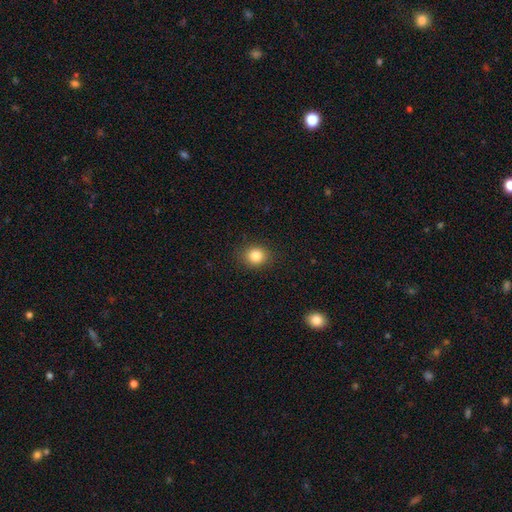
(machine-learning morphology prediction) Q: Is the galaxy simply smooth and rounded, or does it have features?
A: smooth — 84%.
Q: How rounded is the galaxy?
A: round — 72%.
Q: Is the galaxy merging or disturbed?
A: none — 88%.